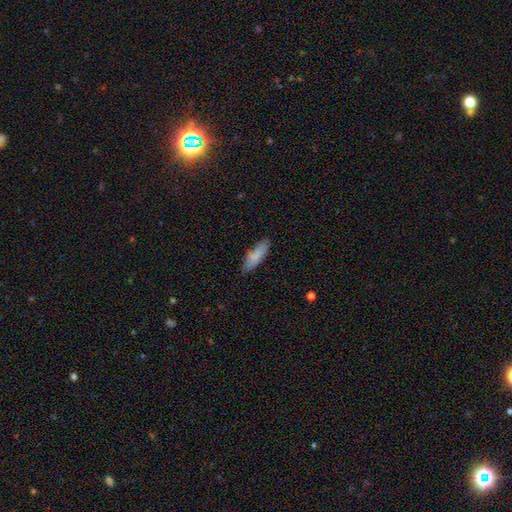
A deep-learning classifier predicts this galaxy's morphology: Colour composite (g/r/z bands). It shows a smooth galaxy with no disk features (85%) that is in between round and cigar-shaped (56%). Merging: none (82%).